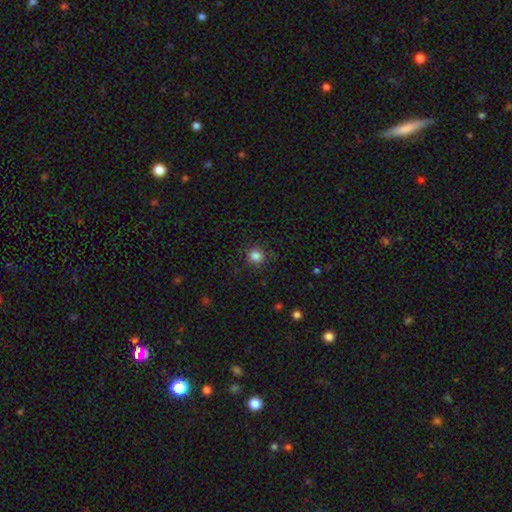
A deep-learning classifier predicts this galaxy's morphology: smooth 85%, star or artifact 12%, featured or disk 4%. Down the decision tree: how rounded — round (86%); merging — none (86%).